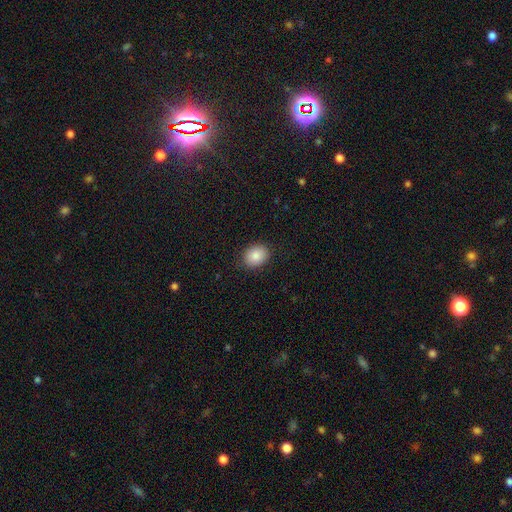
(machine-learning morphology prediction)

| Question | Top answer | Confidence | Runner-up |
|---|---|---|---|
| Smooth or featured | smooth | 87% | star or artifact (8%) |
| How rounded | in between | 52% | round (47%) |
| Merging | none | 87% | minor disturbance (9%) |